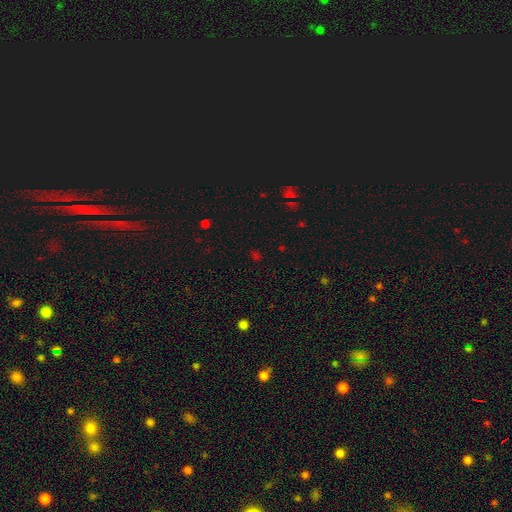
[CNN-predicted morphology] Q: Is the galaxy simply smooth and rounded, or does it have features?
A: star or artifact — 54%.